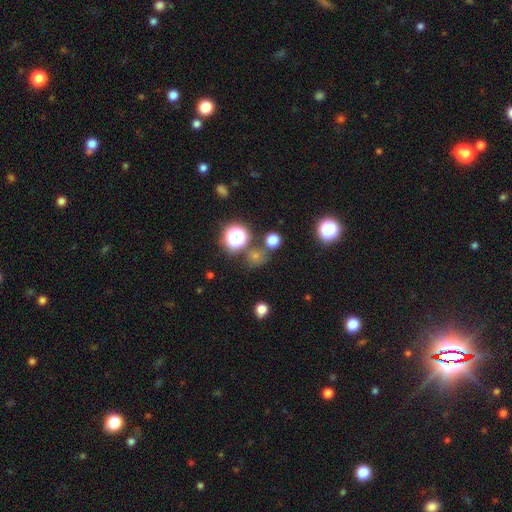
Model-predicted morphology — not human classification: Q: Smooth or featured?
A: star or artifact (50%); runner-up: smooth (40%)